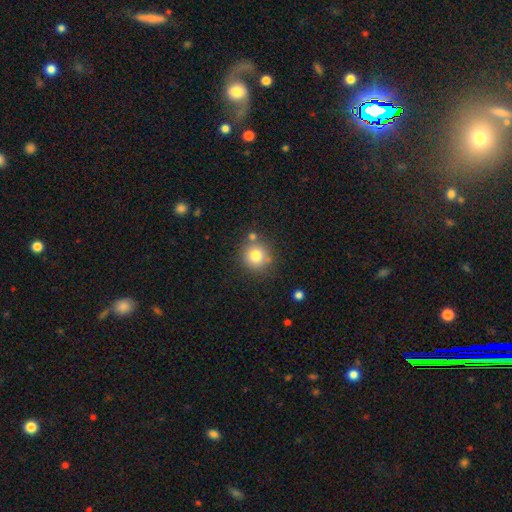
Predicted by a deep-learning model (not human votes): Smooth or featured? smooth (78%)
How rounded? round (91%)
Merging? none (75%)